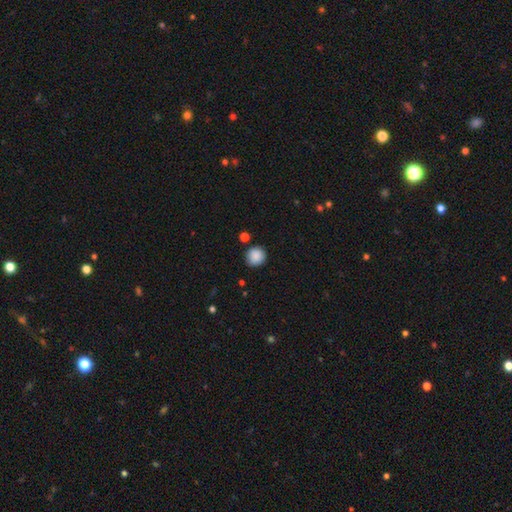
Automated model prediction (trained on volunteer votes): This appears to be a smooth galaxy with no disk features (88%) that is round (93%). Merging: none (84%).